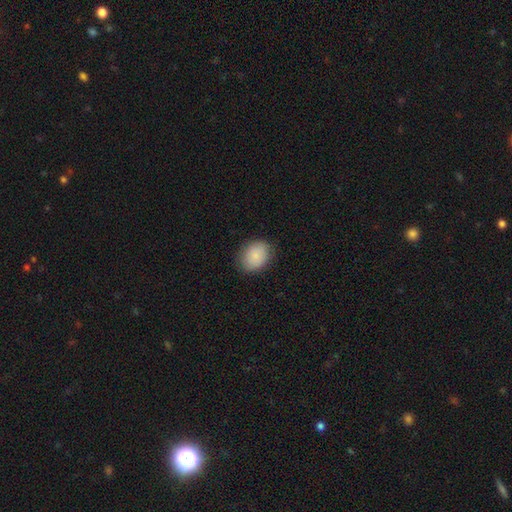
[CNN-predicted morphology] A smooth galaxy with no disk features (87%) that is in between round and cigar-shaped (59%). Merging: none (83%).